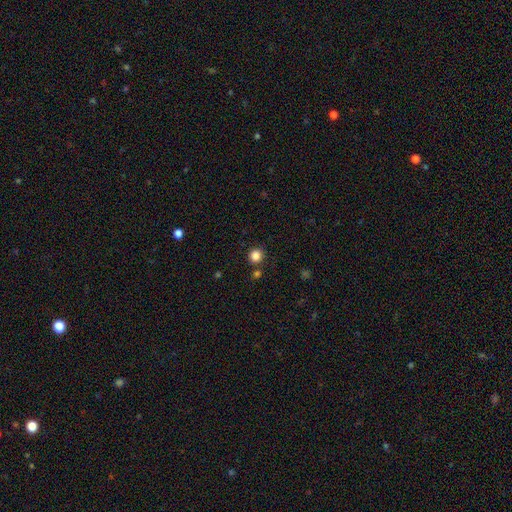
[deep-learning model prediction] The model was most divided on "smooth or featured": smooth: 84%, star or artifact: 12%, featured or disk: 4%. More confident: how rounded — round (92%); merging — none (86%).